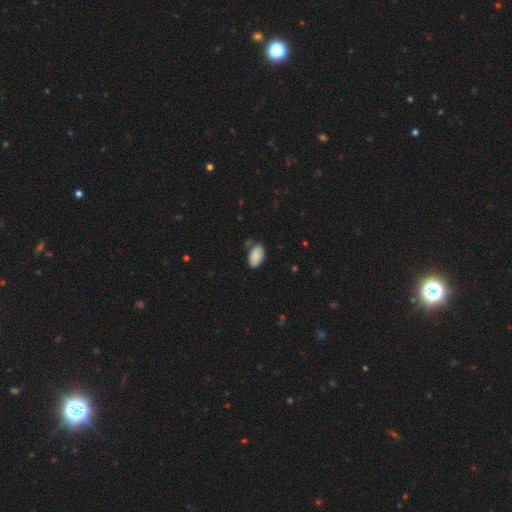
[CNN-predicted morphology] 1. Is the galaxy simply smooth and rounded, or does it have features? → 87% smooth, 7% star or artifact, 6% featured or disk.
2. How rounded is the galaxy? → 94% in between, 5% round, 1% cigar-shaped.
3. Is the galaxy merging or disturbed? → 72% none, 21% minor disturbance, 4% major disturbance, 4% merger.